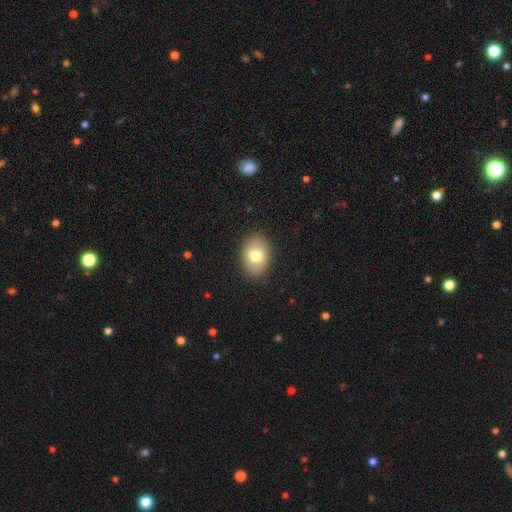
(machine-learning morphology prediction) Smooth or featured? Predicted: smooth (p=0.72). How rounded? Predicted: in between (p=0.73). Merging? Predicted: none (p=0.87).